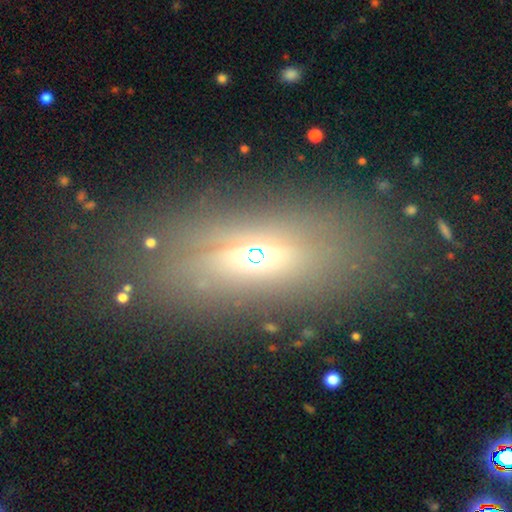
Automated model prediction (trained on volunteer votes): Morphology: type=smooth (51%); roundness=in between (70%); merging=none (78%).